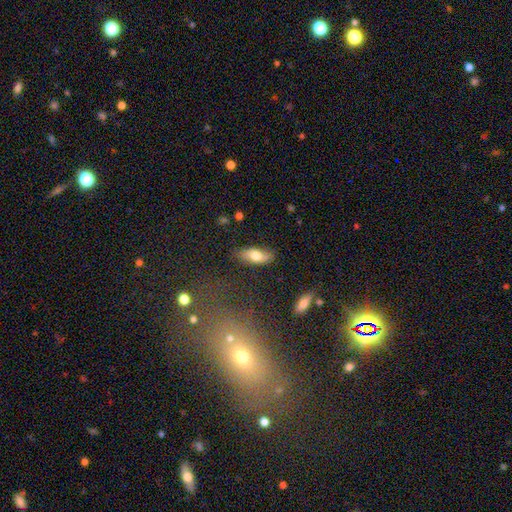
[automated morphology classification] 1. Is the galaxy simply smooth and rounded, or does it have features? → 72% smooth, 21% featured or disk, 7% star or artifact.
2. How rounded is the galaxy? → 80% in between, 17% cigar-shaped, 3% round.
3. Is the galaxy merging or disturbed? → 83% none, 13% minor disturbance, 3% major disturbance, 2% merger.